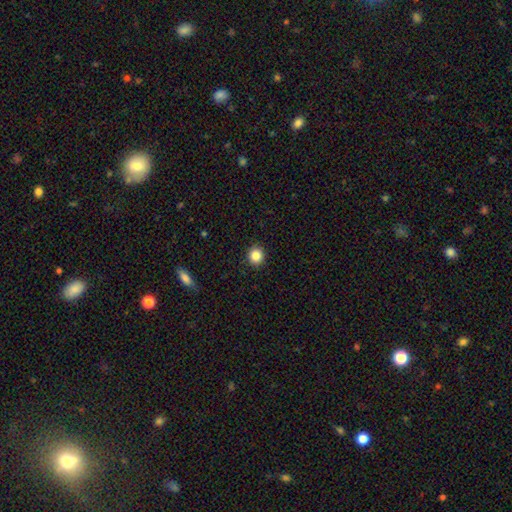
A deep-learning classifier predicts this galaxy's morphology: Smooth or featured?
  - smooth: 86% *
  - star or artifact: 10%
  - featured or disk: 4%
How rounded?
  - round: 88% *
  - in between: 11%
  - cigar-shaped: 1%
Merging?
  - none: 92% *
  - minor disturbance: 5%
  - major disturbance: 2%
  - merger: 1%